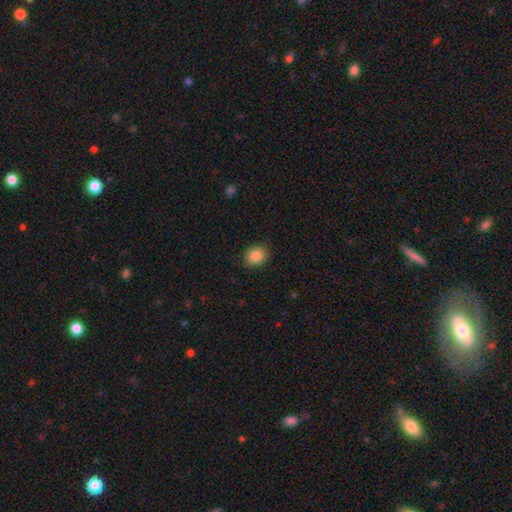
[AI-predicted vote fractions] This is clearly a smooth galaxy (86%). How rounded: possibly round (52%). Merging: clearly none (88%).